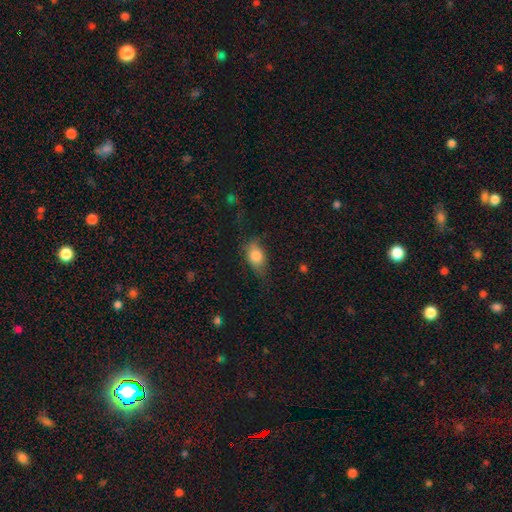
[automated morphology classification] This is clearly a smooth galaxy (81%). How rounded: clearly in between (83%). Merging: possibly none (56%).